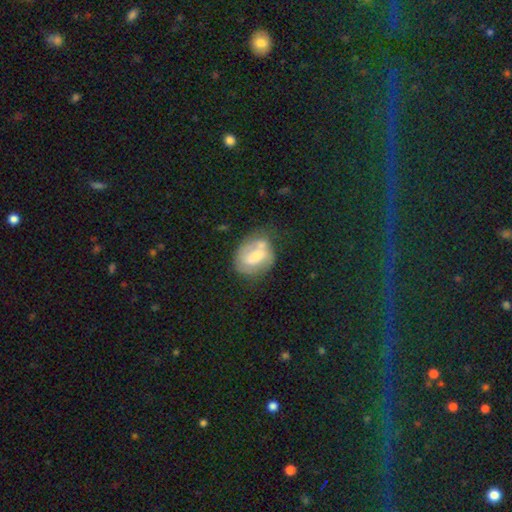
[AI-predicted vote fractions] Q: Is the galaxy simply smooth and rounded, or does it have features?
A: featured or disk — 49%.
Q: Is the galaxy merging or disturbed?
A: none — 41%.